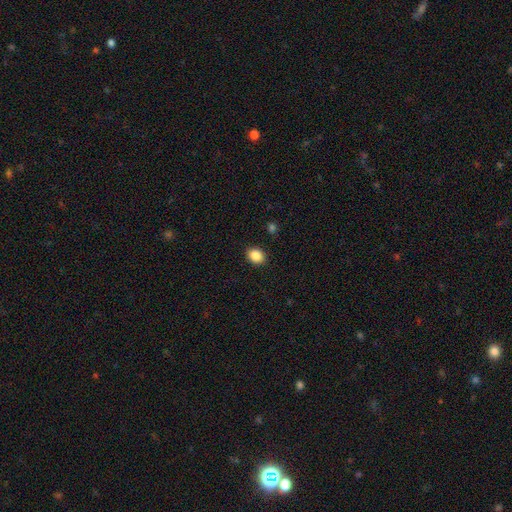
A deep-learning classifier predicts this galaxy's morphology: The model was most divided on "how rounded": in between: 61%, round: 38%, cigar-shaped: 1%. More confident: merging — none (90%); smooth or featured — smooth (87%).